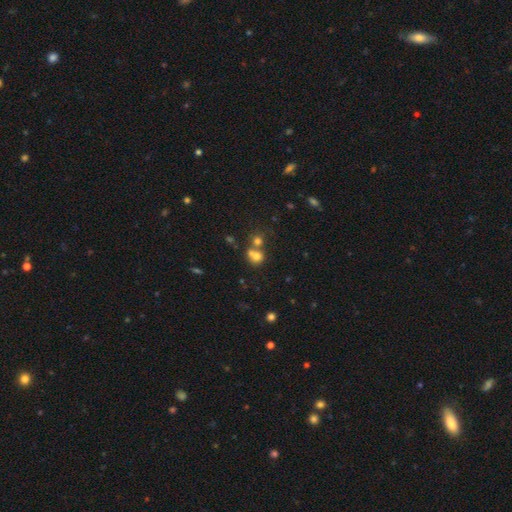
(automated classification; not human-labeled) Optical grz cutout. It shows a smooth galaxy with no disk features (69%) that is round (79%). Merging: merger (52%).